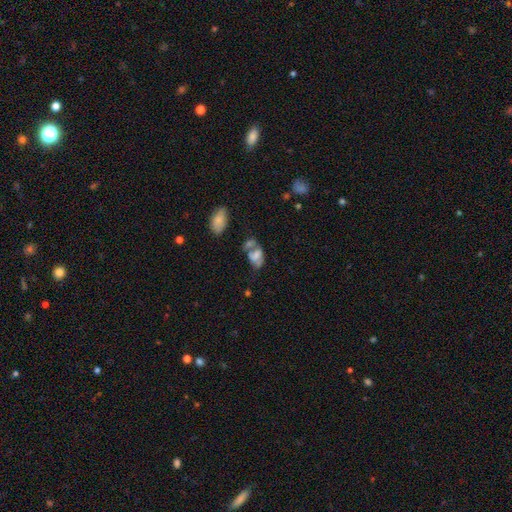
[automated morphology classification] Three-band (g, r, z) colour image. It shows a smooth galaxy with no disk features (55%) that is in between round and cigar-shaped (87%). Merging: merger (41%).